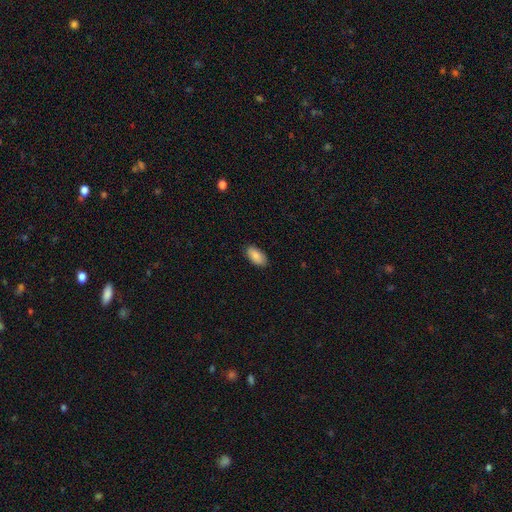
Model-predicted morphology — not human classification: type=smooth (87%); roundness=in between (95%); merging=none (88%).